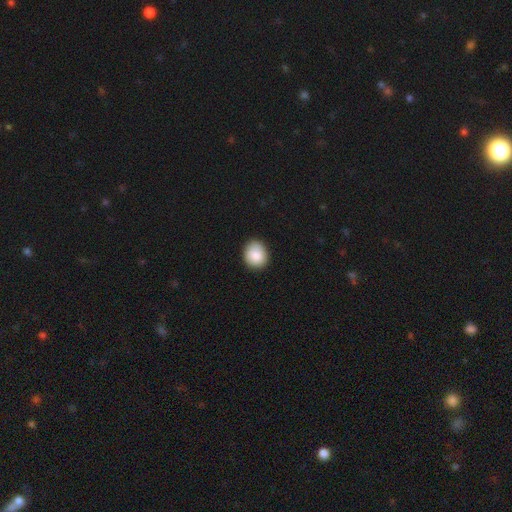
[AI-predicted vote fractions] This appears to be a smooth galaxy with no disk features (86%) that is round (72%). Merging: none (86%).